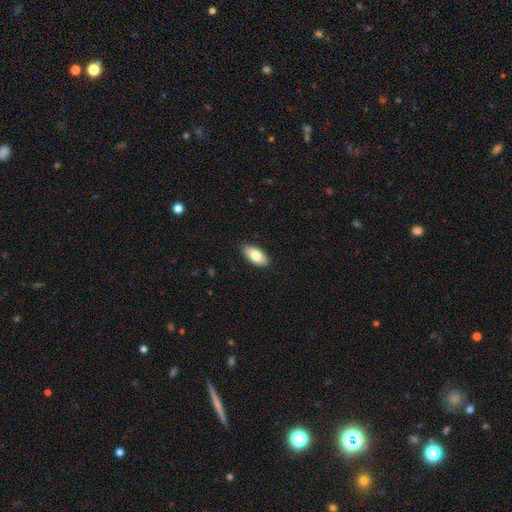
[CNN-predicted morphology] type=smooth (80%); roundness=in between (90%); merging=none (88%).